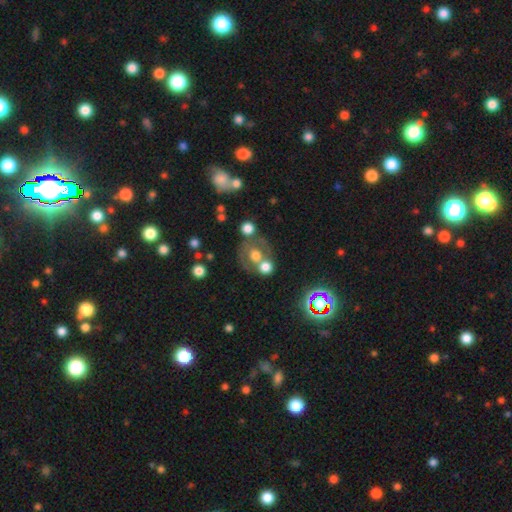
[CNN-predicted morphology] type=smooth (52%); roundness=round (77%); merging=none (41%).